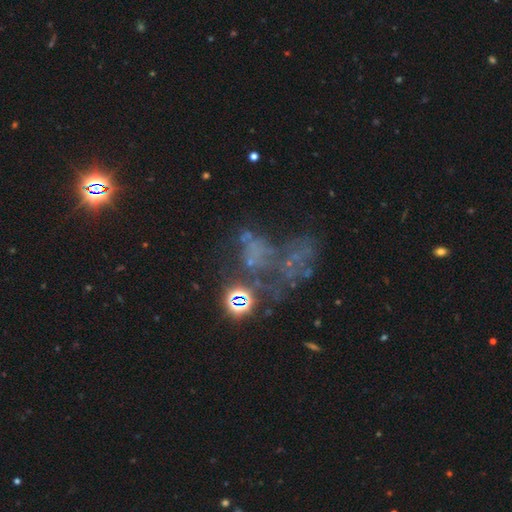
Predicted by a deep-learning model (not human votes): A star or artifact, not a galaxy (44%).

Vote fractions:
- Smooth or featured? star or artifact: 44% / featured or disk: 37% / smooth: 19%